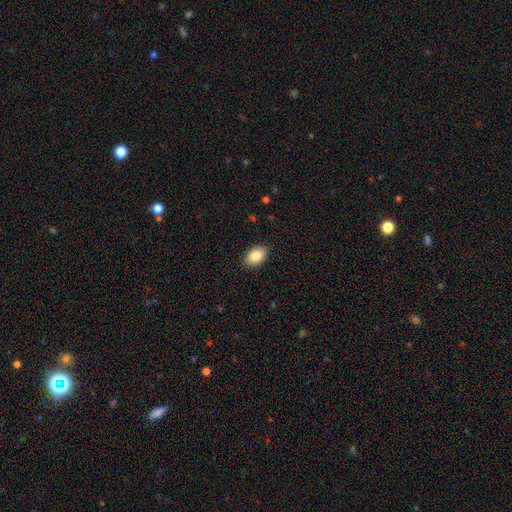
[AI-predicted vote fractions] Morphology: type=smooth (85%); roundness=in between (88%); merging=none (88%).